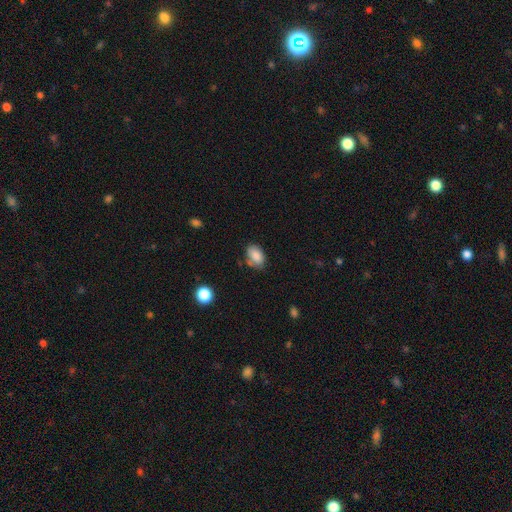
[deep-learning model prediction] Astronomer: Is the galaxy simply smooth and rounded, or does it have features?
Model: smooth — 84%.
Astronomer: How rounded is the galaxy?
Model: in between — 87%.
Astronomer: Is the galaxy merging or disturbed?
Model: none — 66%.